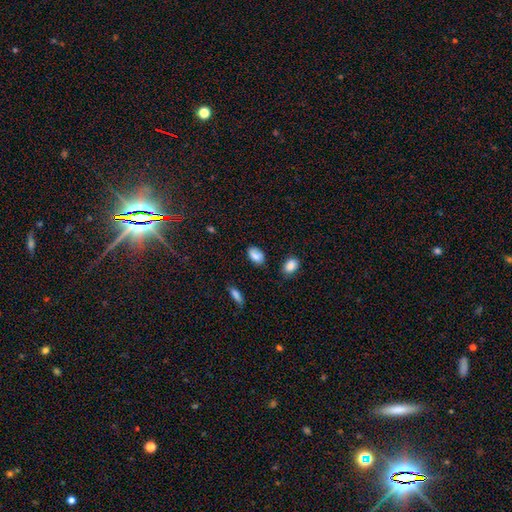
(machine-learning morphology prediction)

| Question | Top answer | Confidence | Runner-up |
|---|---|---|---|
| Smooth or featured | smooth | 83% | featured or disk (9%) |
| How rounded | in between | 90% | round (8%) |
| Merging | none | 76% | minor disturbance (17%) |